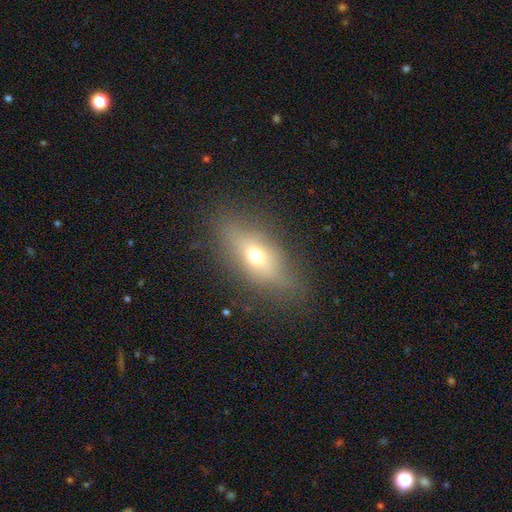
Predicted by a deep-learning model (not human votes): This is possibly a smooth galaxy (53%). How rounded: likely in between (65%). Merging: likely none (78%).